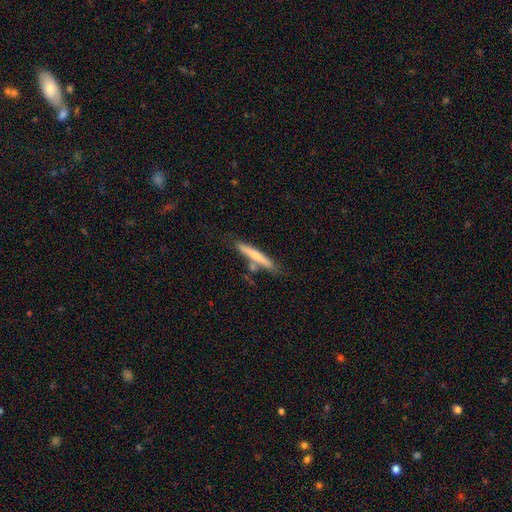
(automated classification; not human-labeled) Smooth or featured?
  - smooth: 62% *
  - featured or disk: 32%
  - star or artifact: 6%
How rounded?
  - cigar-shaped: 94% *
  - in between: 5%
  - round: 1%
Merging?
  - none: 70% *
  - minor disturbance: 15%
  - merger: 11%
  - major disturbance: 4%